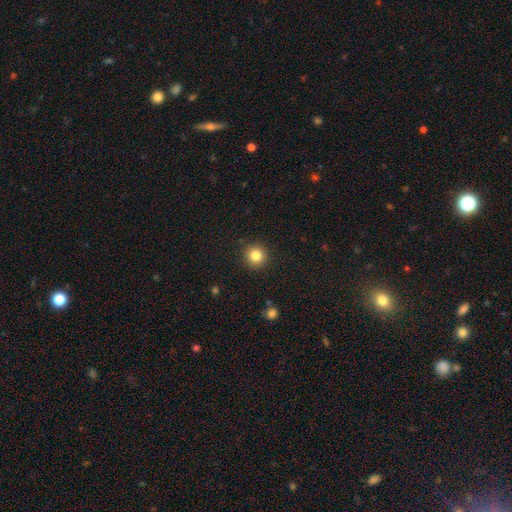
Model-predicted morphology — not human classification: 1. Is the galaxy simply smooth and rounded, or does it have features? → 83% smooth, 11% star or artifact, 6% featured or disk.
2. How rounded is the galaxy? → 95% round, 4% in between, 1% cigar-shaped.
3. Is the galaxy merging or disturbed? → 92% none, 5% minor disturbance, 2% major disturbance, 1% merger.